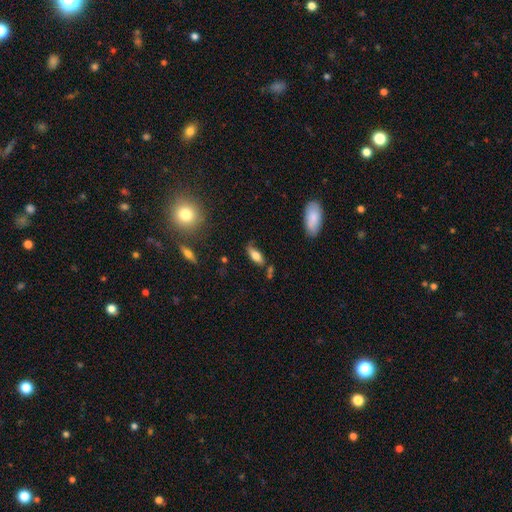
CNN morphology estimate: Smooth or featured? Predicted: smooth (p=0.70). How rounded? Predicted: in between (p=0.76). Merging? Predicted: none (p=0.64).